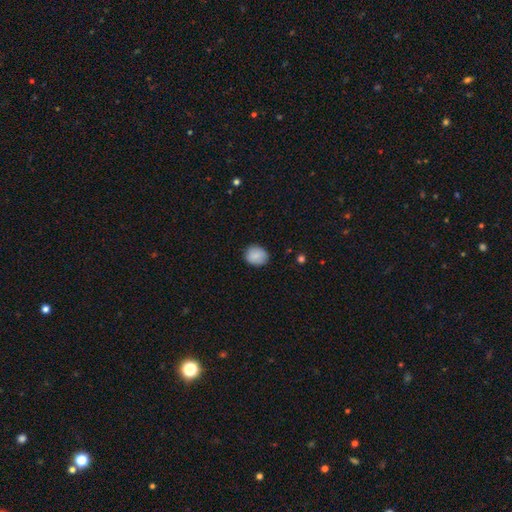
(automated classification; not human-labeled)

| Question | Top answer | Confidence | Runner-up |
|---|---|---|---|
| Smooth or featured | smooth | 86% | star or artifact (8%) |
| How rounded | round | 65% | in between (34%) |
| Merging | none | 83% | minor disturbance (13%) |